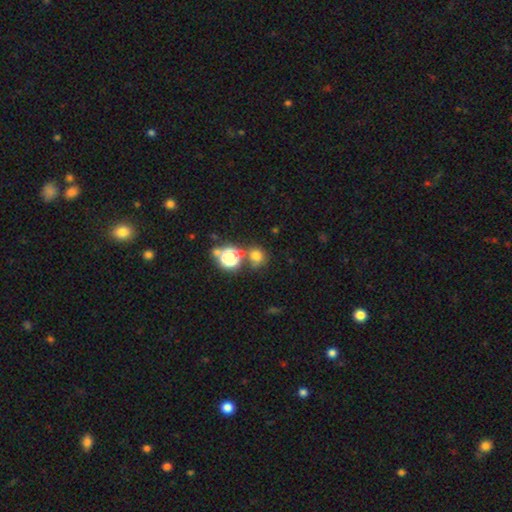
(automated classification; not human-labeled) This is likely a smooth galaxy (71%). How rounded: clearly round (84%). Merging: likely none (63%).